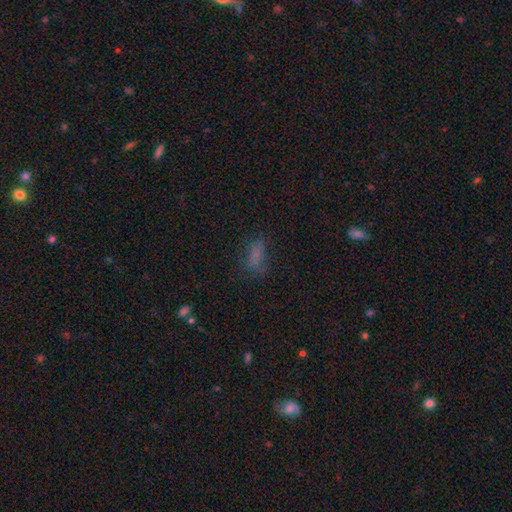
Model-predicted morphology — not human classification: This appears to be a smooth galaxy with no disk features (69%) that is in between round and cigar-shaped (69%). Merging: none (56%).